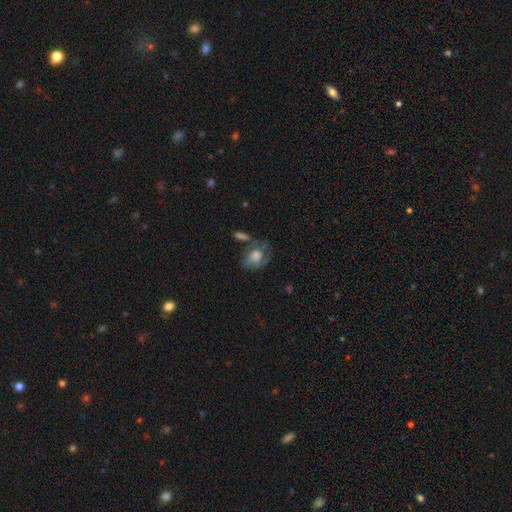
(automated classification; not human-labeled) A smooth galaxy with no disk features (49%).

Vote fractions:
- Smooth or featured? smooth: 49% / featured or disk: 41% / star or artifact: 10%
- Merging? none: 36% / major disturbance: 26% / minor disturbance: 24% / merger: 14%